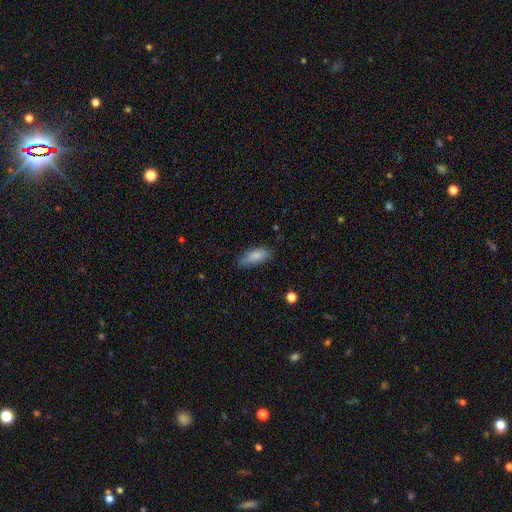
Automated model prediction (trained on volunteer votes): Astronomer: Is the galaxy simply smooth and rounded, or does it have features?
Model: smooth — 82%.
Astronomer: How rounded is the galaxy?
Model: in between — 81%.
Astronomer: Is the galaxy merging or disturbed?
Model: none — 67%.